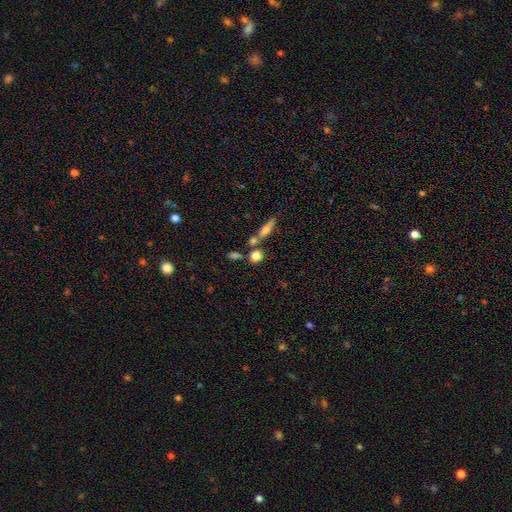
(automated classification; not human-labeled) Morphology: type=smooth (78%); roundness=round (70%); merging=none (59%).